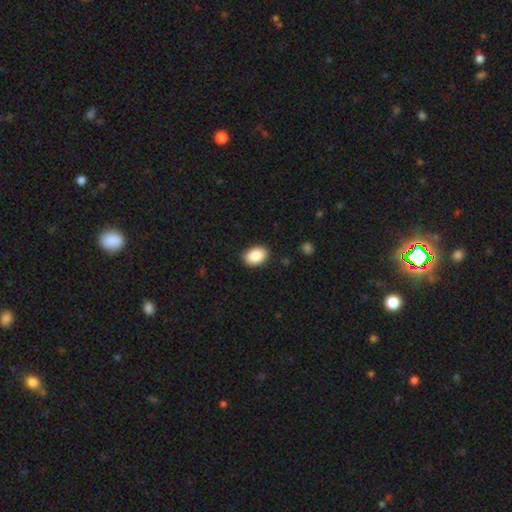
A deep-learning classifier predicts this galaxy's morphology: Smooth or featured? Predicted: smooth (p=0.89). How rounded? Predicted: in between (p=0.81). Merging? Predicted: none (p=0.88).